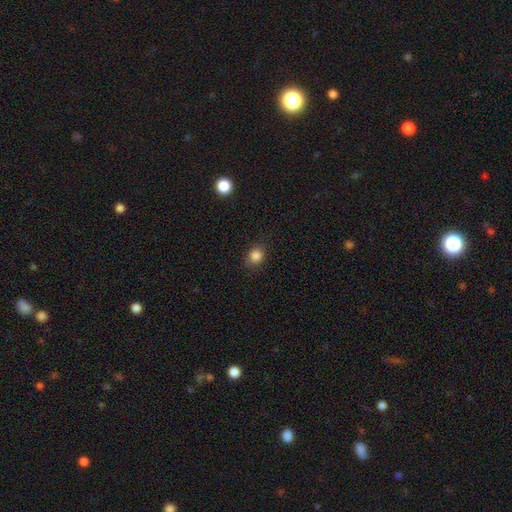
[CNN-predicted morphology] Smooth or featured?
  - smooth: 84% *
  - star or artifact: 12%
  - featured or disk: 5%
How rounded?
  - round: 70% *
  - in between: 29%
  - cigar-shaped: 1%
Merging?
  - none: 83% *
  - minor disturbance: 13%
  - major disturbance: 3%
  - merger: 1%